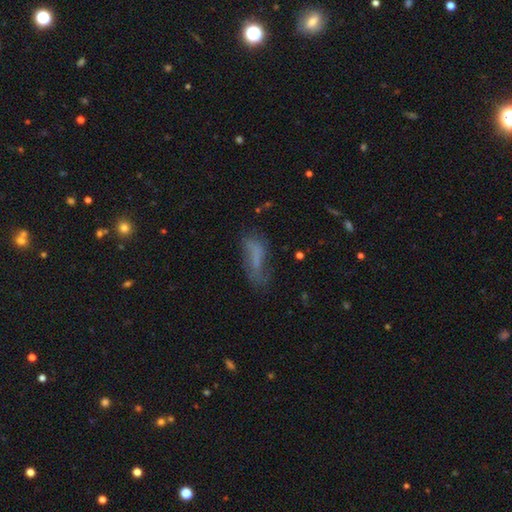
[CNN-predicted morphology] A smooth galaxy with no disk features (59%) that is in between round and cigar-shaped (57%). Merging: none (46%).